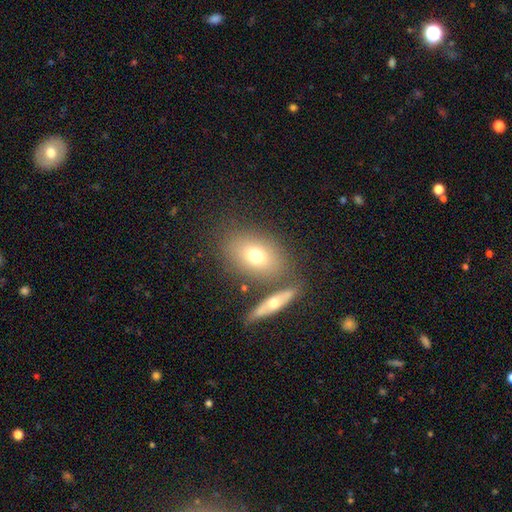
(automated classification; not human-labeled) smooth 69%, featured or disk 21%, star or artifact 10%. Down the decision tree: how rounded — in between (76%); merging — none (66%).